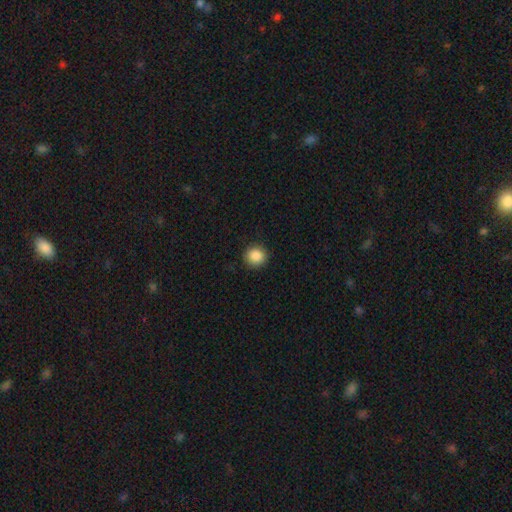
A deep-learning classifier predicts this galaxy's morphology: smooth_or_featured: smooth (p=0.88) [alt: star or artifact p=0.09]
how_rounded: round (p=0.90) [alt: in between p=0.09]
merging: none (p=0.90) [alt: minor disturbance p=0.07]